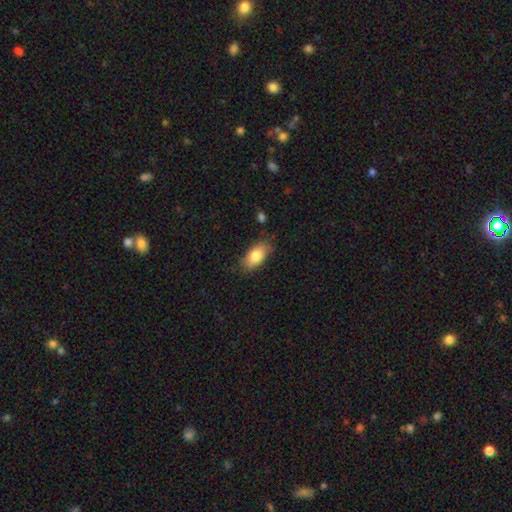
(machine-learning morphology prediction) The model was most divided on "merging": none: 79%, minor disturbance: 16%, major disturbance: 3%, merger: 2%. More confident: how rounded — in between (90%); smooth or featured — smooth (81%).